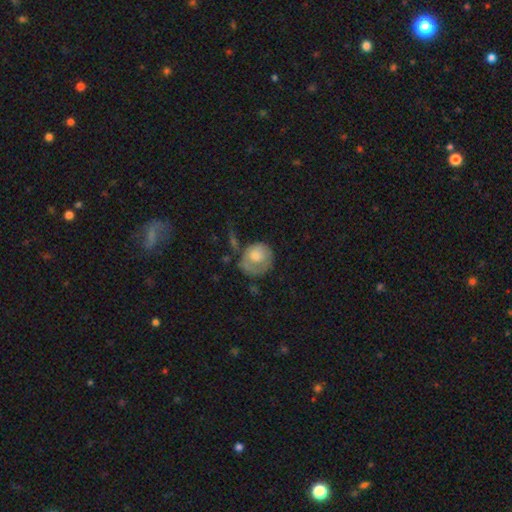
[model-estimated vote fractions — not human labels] Morphology: type=smooth (68%); roundness=round (76%); merging=none (44%).